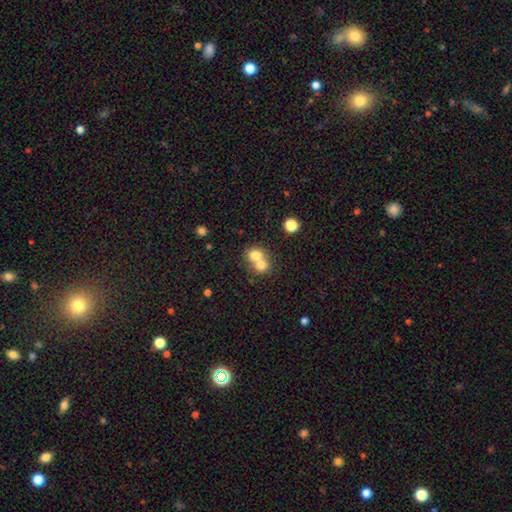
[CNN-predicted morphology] smooth 74%, featured or disk 15%, star or artifact 11%. Down the decision tree: how rounded — round (71%); merging — merger (67%).